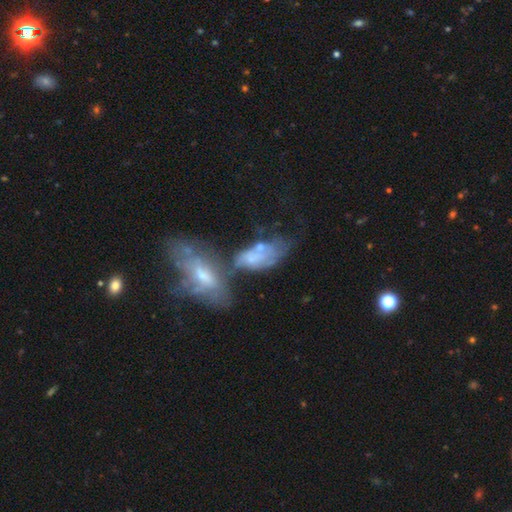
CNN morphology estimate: Smooth or featured?
  - featured or disk: 50% *
  - smooth: 40%
  - star or artifact: 10%
Merging?
  - merger: 47% *
  - none: 21%
  - minor disturbance: 16%
  - major disturbance: 16%